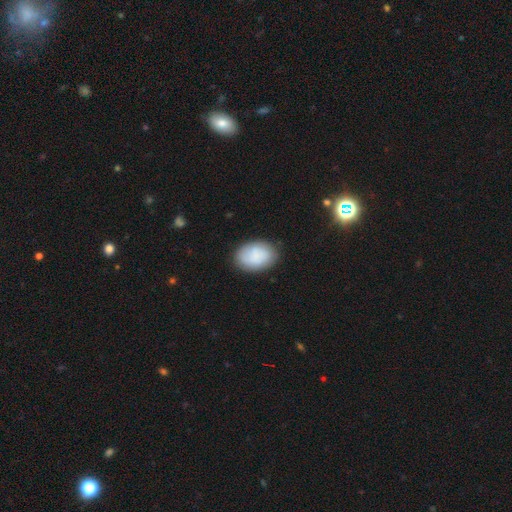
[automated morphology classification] Smooth or featured: smooth — 81% (featured or disk — 13%)
How rounded: in between — 80% (round — 19%)
Merging: none — 81% (minor disturbance — 14%)